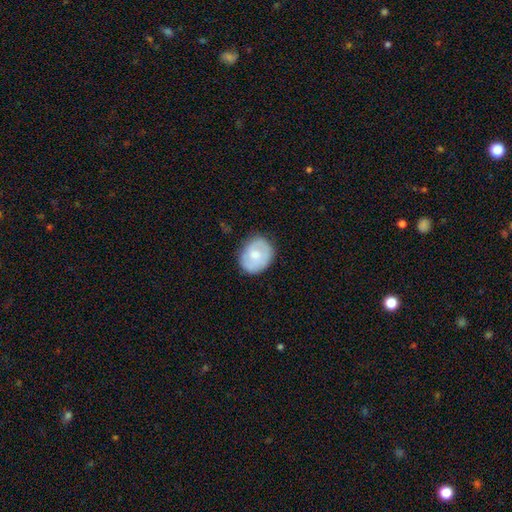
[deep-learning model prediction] Smooth or featured?
  - smooth: 62% *
  - featured or disk: 32%
  - star or artifact: 6%
How rounded?
  - round: 52% *
  - in between: 47%
  - cigar-shaped: 1%
Merging?
  - none: 79% *
  - minor disturbance: 16%
  - major disturbance: 4%
  - merger: 1%